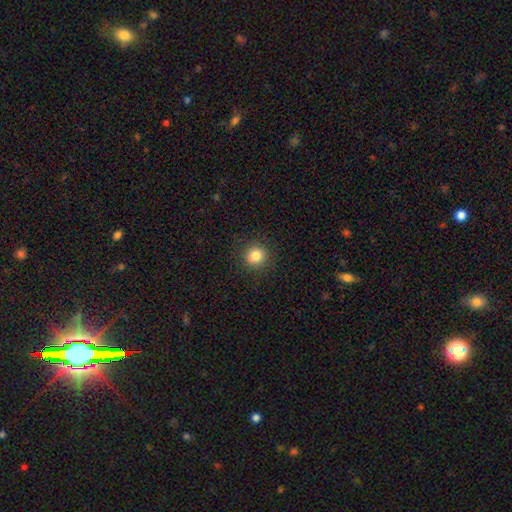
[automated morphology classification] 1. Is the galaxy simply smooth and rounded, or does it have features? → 84% smooth, 11% star or artifact, 5% featured or disk.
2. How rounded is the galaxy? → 91% round, 8% in between, 1% cigar-shaped.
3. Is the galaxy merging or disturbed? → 90% none, 6% minor disturbance, 2% major disturbance, 1% merger.